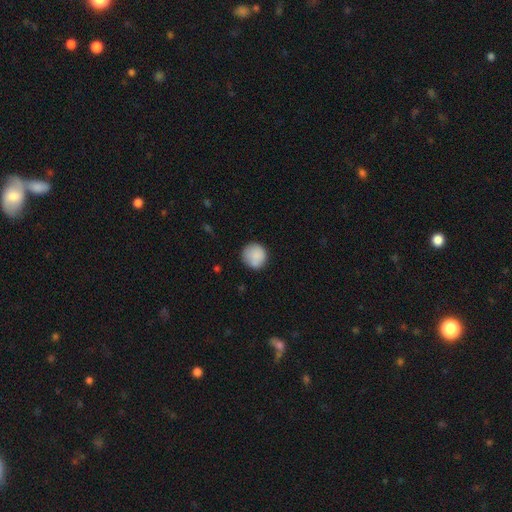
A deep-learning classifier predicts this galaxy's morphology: The model was most divided on "merging": none: 80%, minor disturbance: 16%, major disturbance: 3%, merger: 2%. More confident: how rounded — round (92%); smooth or featured — smooth (87%).